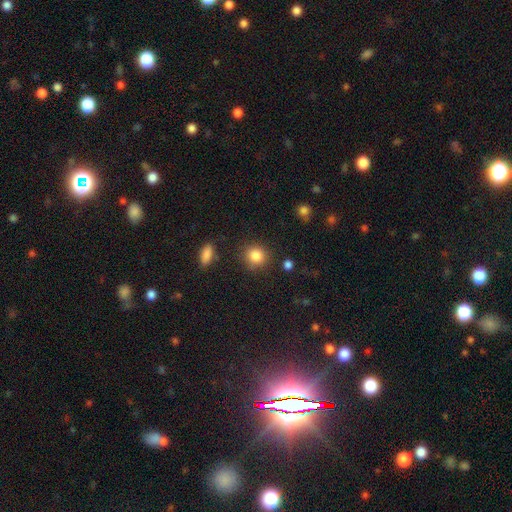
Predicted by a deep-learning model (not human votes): Morphology: type=smooth (85%); roundness=round (87%); merging=none (84%).